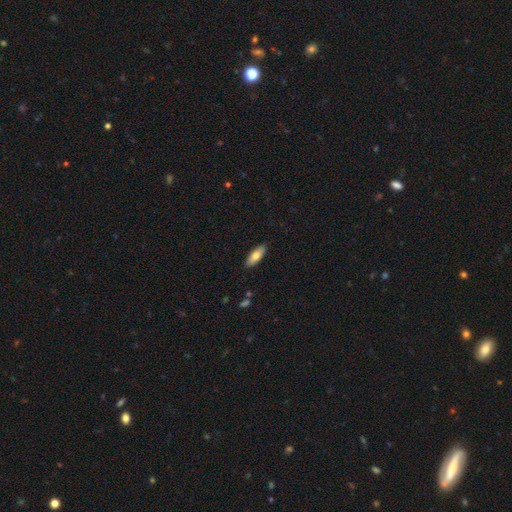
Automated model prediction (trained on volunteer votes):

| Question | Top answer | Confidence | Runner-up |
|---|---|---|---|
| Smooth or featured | smooth | 75% | featured or disk (19%) |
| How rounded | in between | 70% | cigar-shaped (28%) |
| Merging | none | 89% | minor disturbance (8%) |